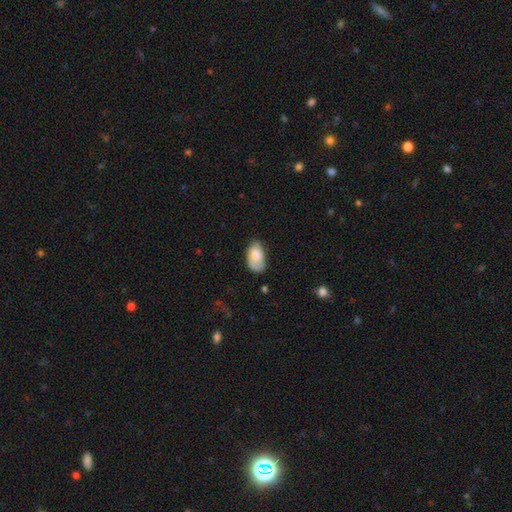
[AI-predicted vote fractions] Smooth or featured: smooth — 71% (featured or disk — 22%)
How rounded: in between — 93% (round — 5%)
Merging: none — 56% (minor disturbance — 31%)